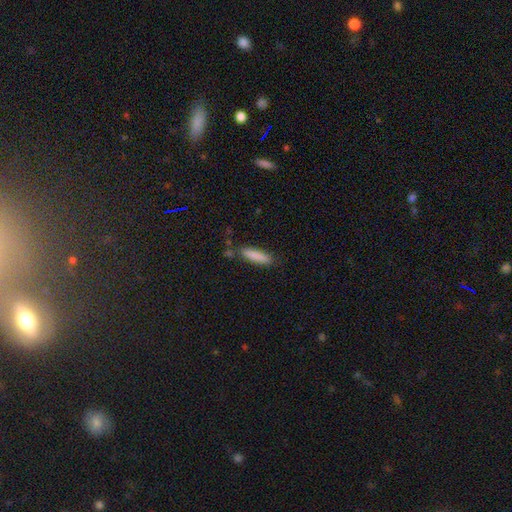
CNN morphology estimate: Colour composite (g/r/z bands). It shows a smooth galaxy with no disk features (85%) that is cigar-shaped (77%). Merging: none (77%).